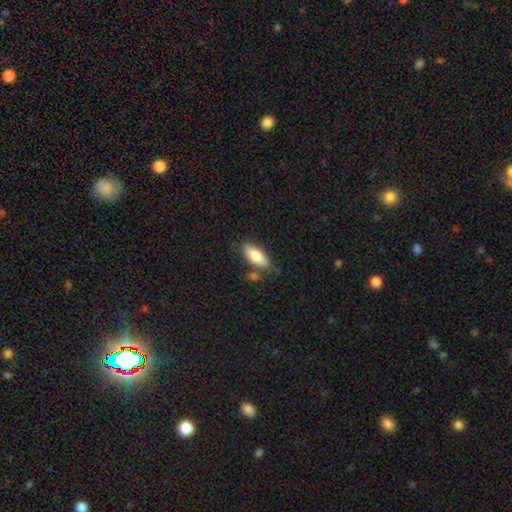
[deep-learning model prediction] Smooth or featured? Predicted: smooth (p=0.78). How rounded? Predicted: in between (p=0.79). Merging? Predicted: none (p=0.73).